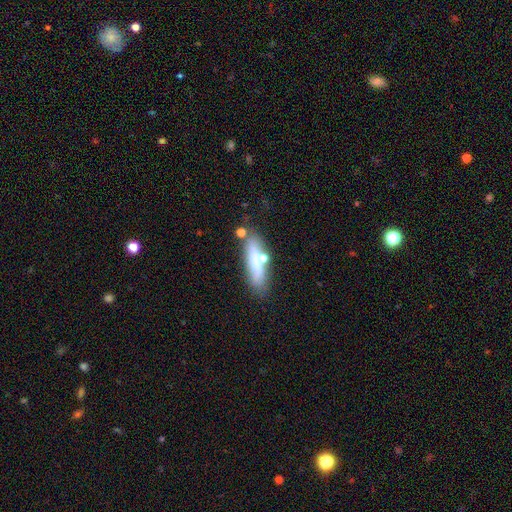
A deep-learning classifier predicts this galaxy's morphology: The model was most divided on "smooth or featured": smooth: 61%, featured or disk: 29%, star or artifact: 10%. More confident: how rounded — cigar-shaped (69%); merging — none (68%).